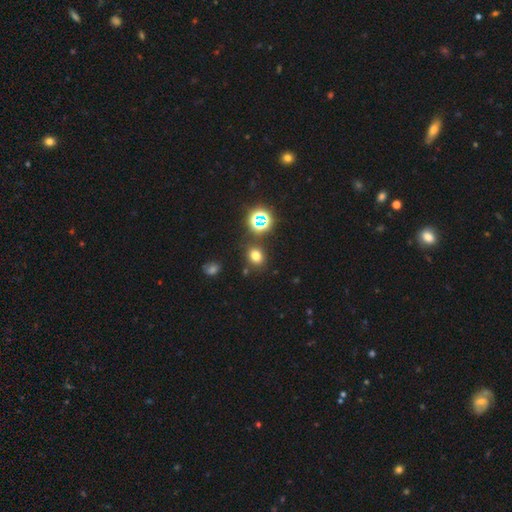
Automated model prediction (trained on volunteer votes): smooth_or_featured: smooth (p=0.70) [alt: star or artifact p=0.23]
how_rounded: round (p=0.55) [alt: in between p=0.44]
merging: none (p=0.81) [alt: minor disturbance p=0.10]